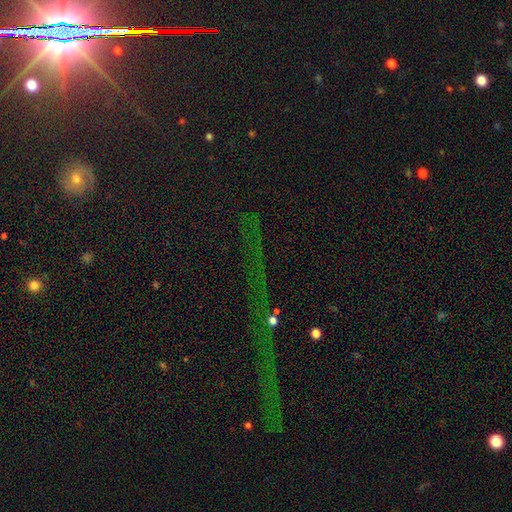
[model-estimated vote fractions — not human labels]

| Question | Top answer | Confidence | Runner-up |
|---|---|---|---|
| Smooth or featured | star or artifact | 78% | featured or disk (11%) |